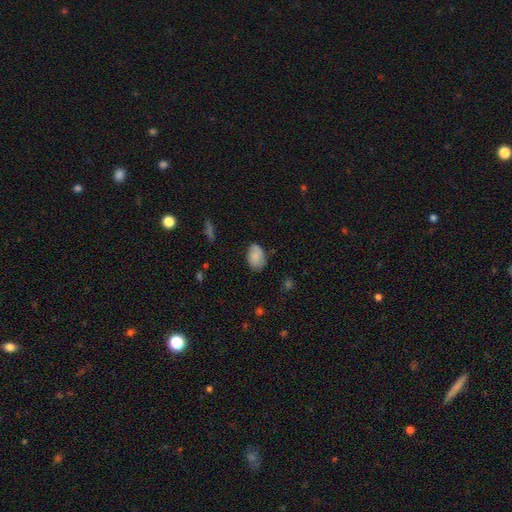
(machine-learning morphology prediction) This appears to be a smooth galaxy with no disk features (77%) that is in between round and cigar-shaped (83%). Merging: none (65%).